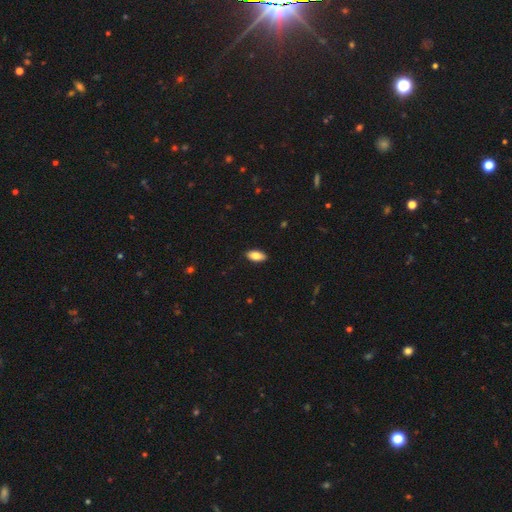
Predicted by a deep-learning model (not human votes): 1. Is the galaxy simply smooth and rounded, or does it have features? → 84% smooth, 9% featured or disk, 7% star or artifact.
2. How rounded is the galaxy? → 92% in between, 5% cigar-shaped, 3% round.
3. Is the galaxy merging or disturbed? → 90% none, 8% minor disturbance, 2% major disturbance, 1% merger.